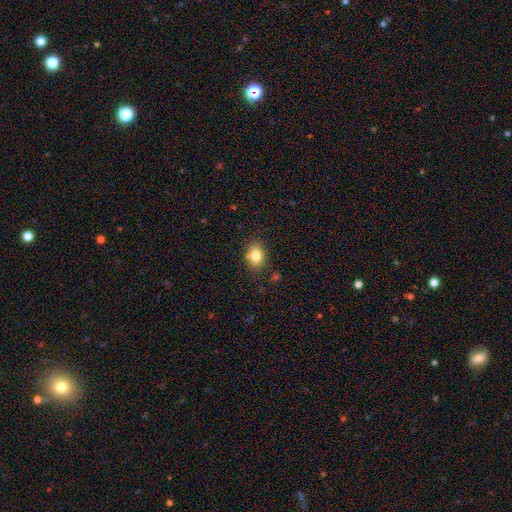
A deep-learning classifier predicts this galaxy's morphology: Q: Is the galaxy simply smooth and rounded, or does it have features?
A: smooth — 79%.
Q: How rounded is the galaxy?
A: in between — 66%.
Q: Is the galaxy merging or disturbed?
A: none — 77%.